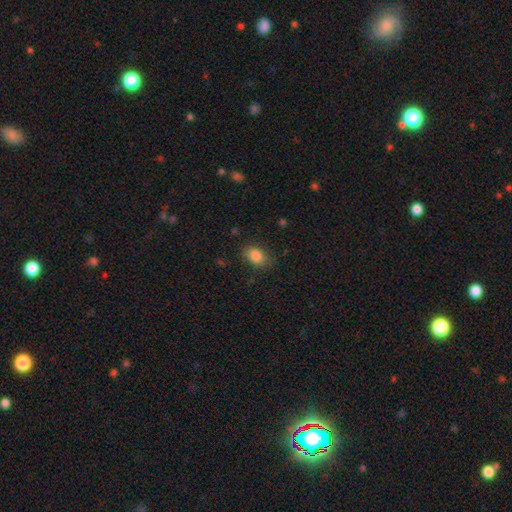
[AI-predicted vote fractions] smooth-or-featured: smooth: 85% | star or artifact: 9% | featured or disk: 6%
  how-rounded: in between: 72% | round: 26% | cigar-shaped: 1%
  merging: none: 78% | minor disturbance: 17% | major disturbance: 5% | merger: 1%